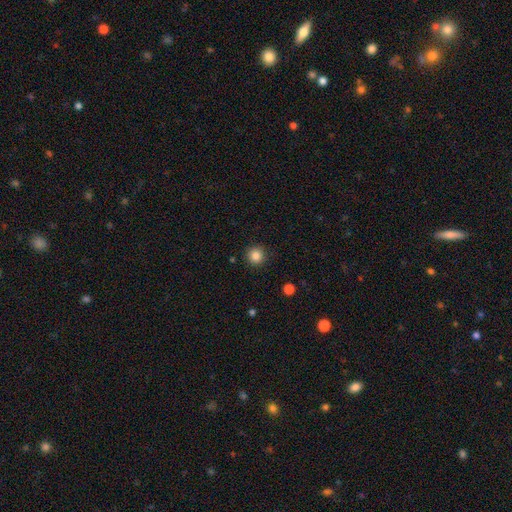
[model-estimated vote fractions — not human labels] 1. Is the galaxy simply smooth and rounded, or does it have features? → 85% smooth, 11% star or artifact, 4% featured or disk.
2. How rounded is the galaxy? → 95% round, 4% in between, 1% cigar-shaped.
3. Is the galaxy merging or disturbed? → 91% none, 6% minor disturbance, 2% major disturbance, 1% merger.